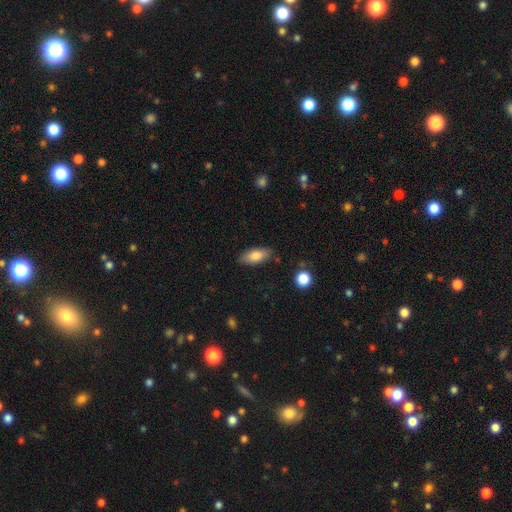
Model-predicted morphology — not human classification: Smooth or featured?
  - smooth: 80% *
  - featured or disk: 13%
  - star or artifact: 7%
How rounded?
  - in between: 84% *
  - cigar-shaped: 14%
  - round: 3%
Merging?
  - none: 83% *
  - minor disturbance: 12%
  - major disturbance: 3%
  - merger: 2%